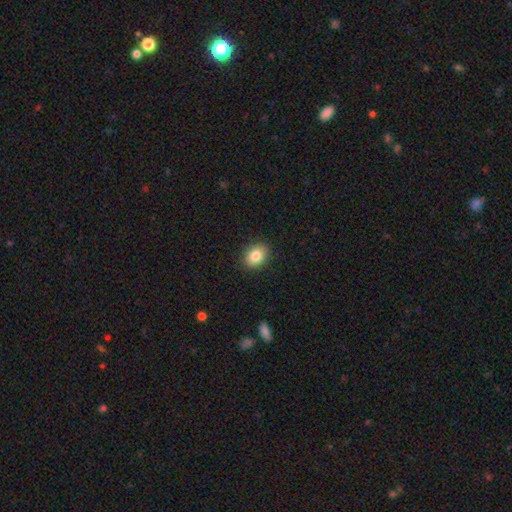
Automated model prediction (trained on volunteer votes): Smooth or featured? Predicted: smooth (p=0.85). How rounded? Predicted: in between (p=0.60). Merging? Predicted: none (p=0.89).